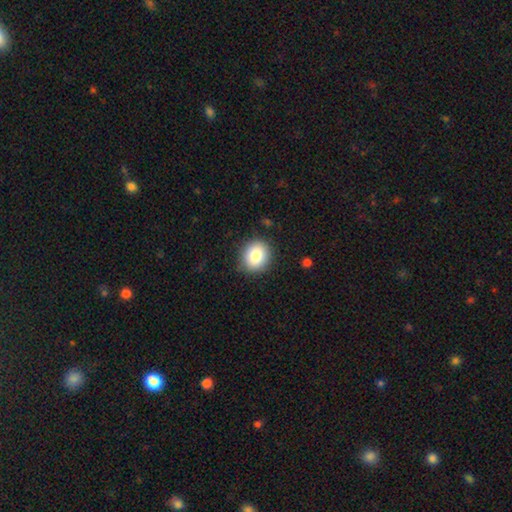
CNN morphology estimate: Smooth or featured? Predicted: smooth (p=0.84). How rounded? Predicted: round (p=0.73). Merging? Predicted: none (p=0.86).